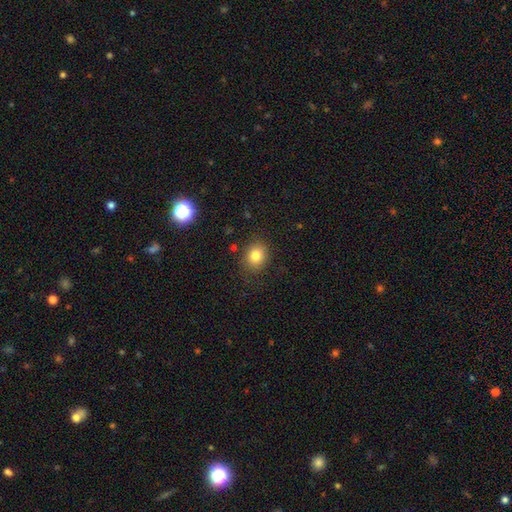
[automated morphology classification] The model was most divided on "how rounded": round: 60%, in between: 39%, cigar-shaped: 1%. More confident: merging — none (84%); smooth or featured — smooth (82%).